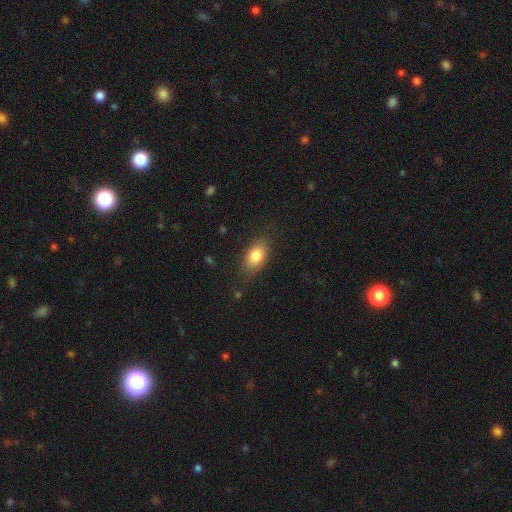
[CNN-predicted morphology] Smooth or featured?
  - smooth: 83% *
  - featured or disk: 10%
  - star or artifact: 8%
How rounded?
  - in between: 87% *
  - round: 10%
  - cigar-shaped: 3%
Merging?
  - none: 80% *
  - minor disturbance: 14%
  - major disturbance: 4%
  - merger: 1%